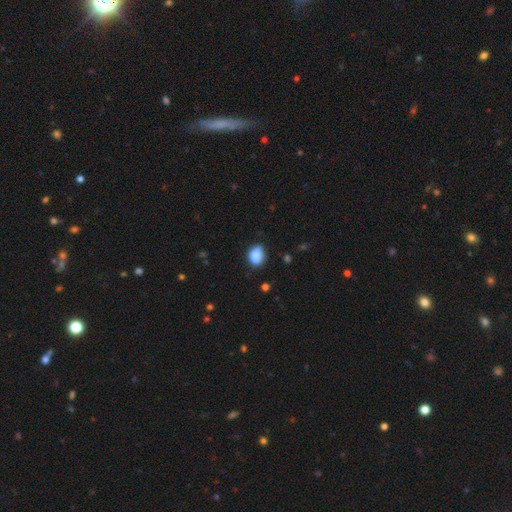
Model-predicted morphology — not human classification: A smooth galaxy with no disk features (83%) that is in between round and cigar-shaped (63%). Merging: none (59%).